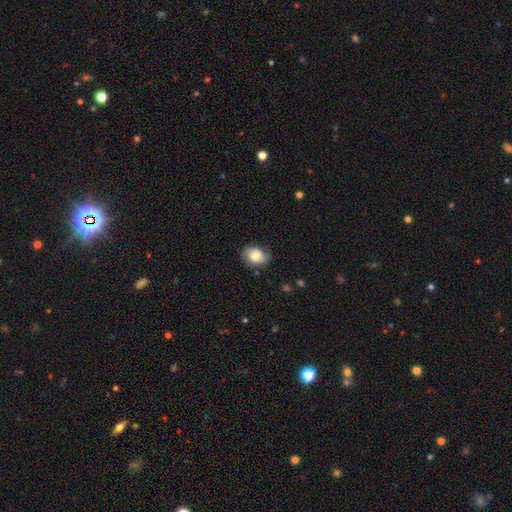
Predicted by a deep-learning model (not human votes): Smooth or featured: smooth — 70% (featured or disk — 22%)
How rounded: in between — 64% (round — 35%)
Merging: none — 67% (minor disturbance — 25%)